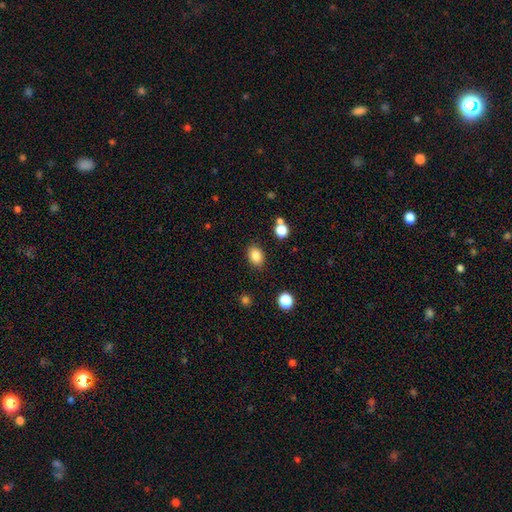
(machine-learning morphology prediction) Smooth or featured? Predicted: smooth (p=0.84). How rounded? Predicted: in between (p=0.70). Merging? Predicted: none (p=0.86).